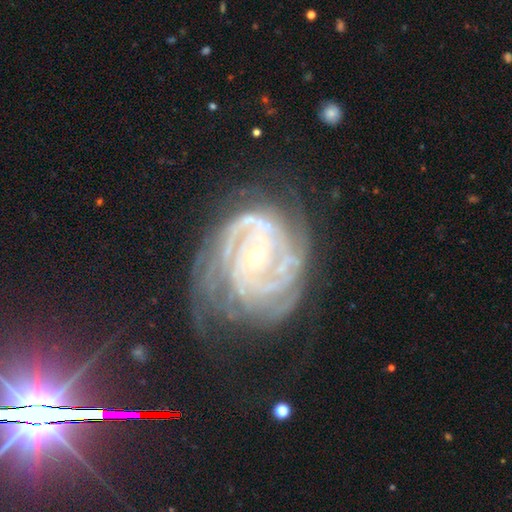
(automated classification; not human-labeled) featured or disk 89%, star or artifact 7%, smooth 4%. Down the decision tree: edge-on disk — no (97%); bar — no (69%); spiral arms — yes (97%); spiral arm count — 2 (26%); spiral winding — tight (74%); bulge size — small (78%); merging — none (59%).